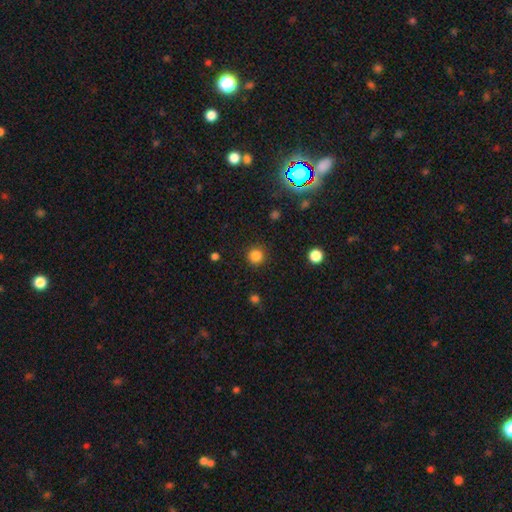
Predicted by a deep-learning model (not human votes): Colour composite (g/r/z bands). It shows a smooth galaxy with no disk features (84%) that is round (95%). Merging: none (90%).